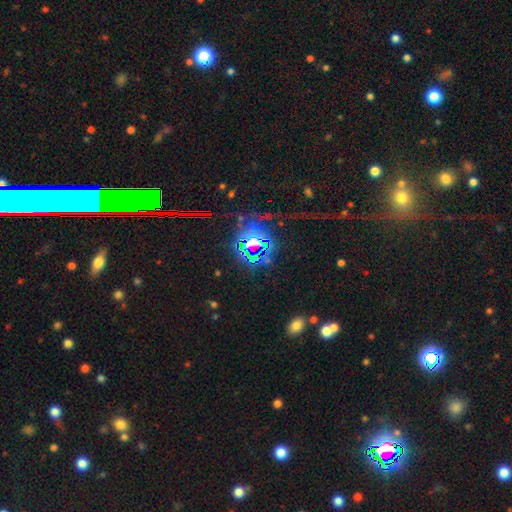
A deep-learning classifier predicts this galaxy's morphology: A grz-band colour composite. It shows a star or artifact, not a galaxy (83%).